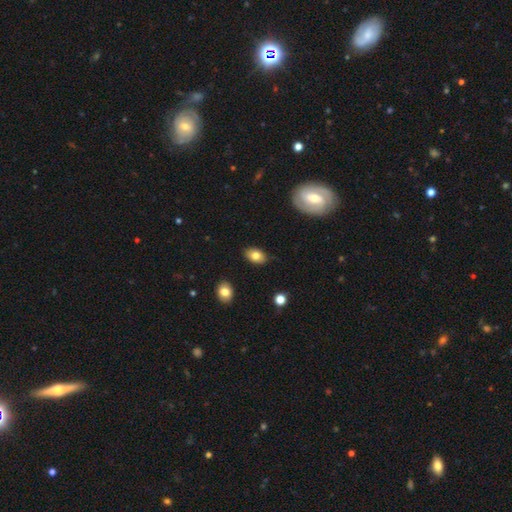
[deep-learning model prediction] This appears to be a smooth galaxy with no disk features (79%) that is in between round and cigar-shaped (87%). Merging: none (84%).